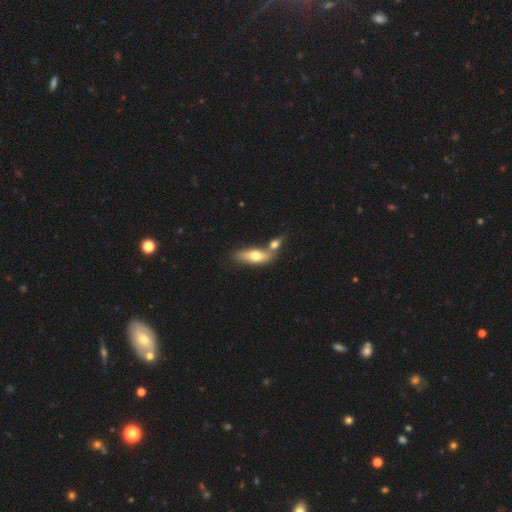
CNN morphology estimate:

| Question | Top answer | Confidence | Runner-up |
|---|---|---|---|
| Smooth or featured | smooth | 63% | featured or disk (30%) |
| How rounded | in between | 65% | cigar-shaped (32%) |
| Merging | merger | 43% | tied: none (43%) |